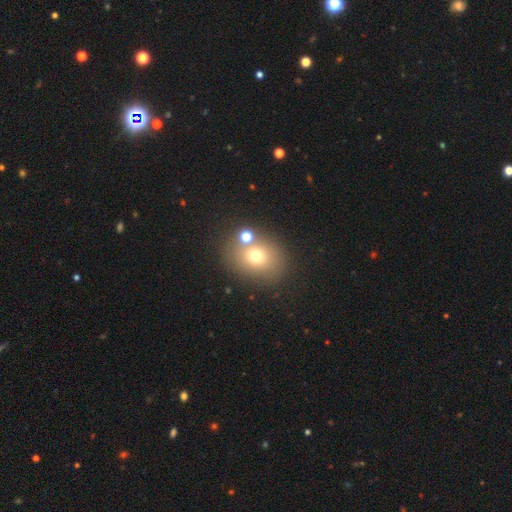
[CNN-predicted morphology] Q: Smooth or featured?
A: smooth (69%); runner-up: star or artifact (16%)
Q: How rounded?
A: round (56%); runner-up: in between (43%)
Q: Merging?
A: none (68%); runner-up: merger (16%)